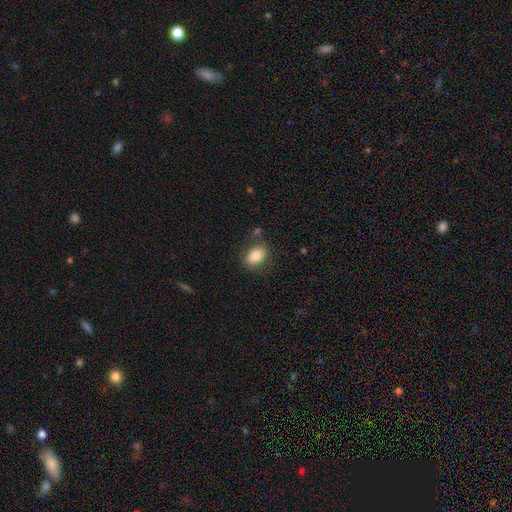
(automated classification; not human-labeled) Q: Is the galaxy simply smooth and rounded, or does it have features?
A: smooth — 82%.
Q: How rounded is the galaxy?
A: in between — 78%.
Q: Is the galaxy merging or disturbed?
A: none — 80%.